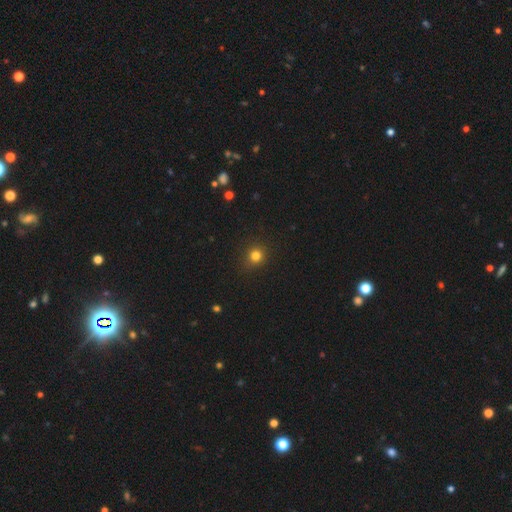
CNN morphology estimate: Smooth or featured? Predicted: smooth (p=0.80). How rounded? Predicted: round (p=0.90). Merging? Predicted: none (p=0.89).